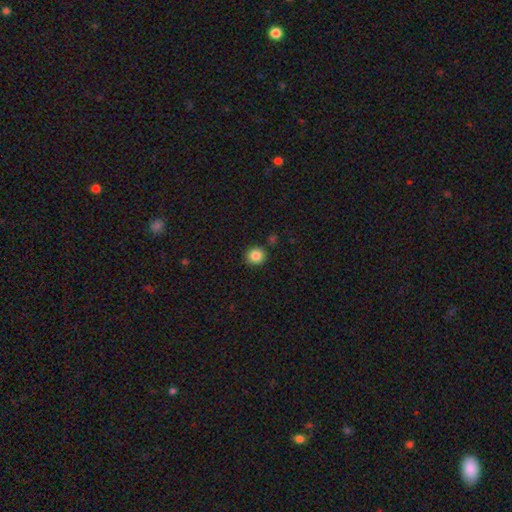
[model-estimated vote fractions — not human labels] smooth_or_featured: smooth (p=0.85) [alt: star or artifact p=0.10]
how_rounded: round (p=0.89) [alt: in between p=0.10]
merging: none (p=0.89) [alt: minor disturbance p=0.07]